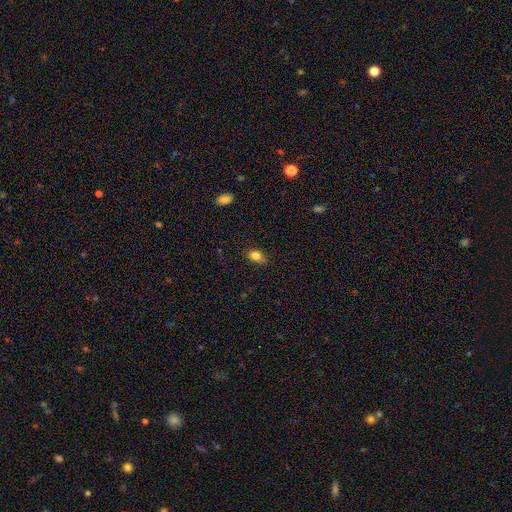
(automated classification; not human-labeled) smooth_or_featured: smooth (p=0.81) [alt: star or artifact p=0.10]
how_rounded: in between (p=0.74) [alt: round p=0.23]
merging: none (p=0.76) [alt: minor disturbance p=0.19]